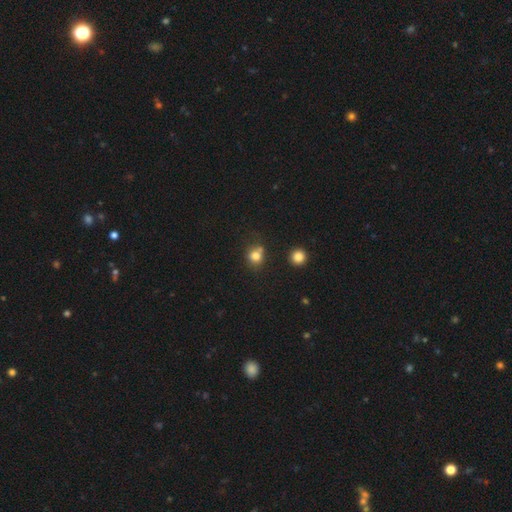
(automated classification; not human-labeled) Q: Smooth or featured?
A: smooth (79%); runner-up: star or artifact (13%)
Q: How rounded?
A: round (72%); runner-up: in between (27%)
Q: Merging?
A: none (59%); runner-up: minor disturbance (19%)